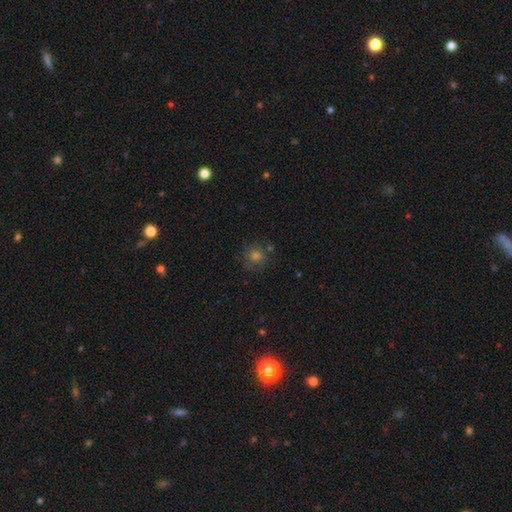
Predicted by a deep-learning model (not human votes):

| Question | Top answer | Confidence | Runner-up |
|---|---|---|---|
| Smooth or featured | smooth | 57% | star or artifact (26%) |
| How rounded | round | 89% | in between (10%) |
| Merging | none | 78% | minor disturbance (12%) |